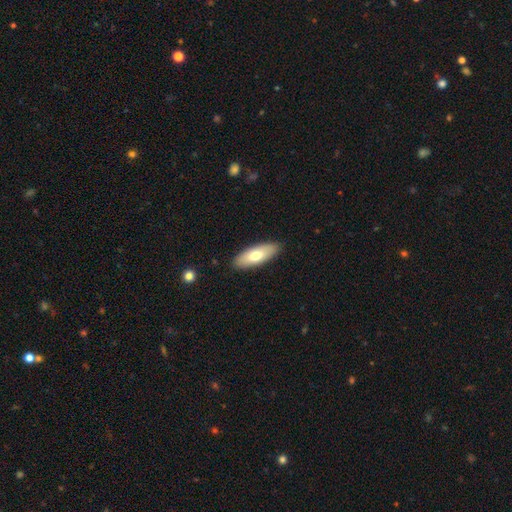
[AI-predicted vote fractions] Smooth or featured? Predicted: smooth (p=0.69). How rounded? Predicted: in between (p=0.70). Merging? Predicted: none (p=0.89).